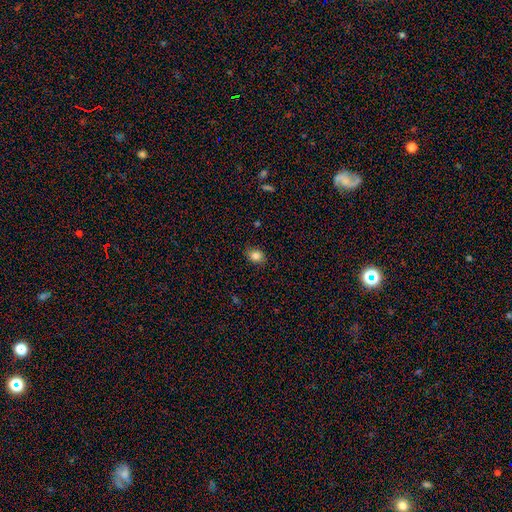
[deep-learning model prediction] Smooth or featured? Predicted: smooth (p=0.84). How rounded? Predicted: in between (p=0.51). Merging? Predicted: none (p=0.84).